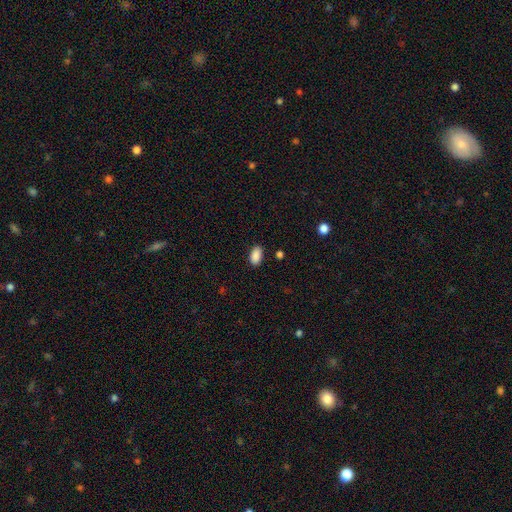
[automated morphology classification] Smooth or featured: smooth — 89% (star or artifact — 8%)
How rounded: in between — 92% (round — 6%)
Merging: none — 86% (minor disturbance — 10%)